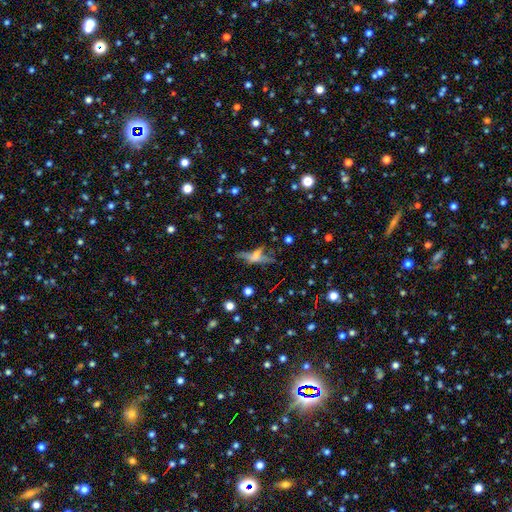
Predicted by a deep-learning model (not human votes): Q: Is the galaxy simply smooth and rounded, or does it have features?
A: featured or disk — 50%.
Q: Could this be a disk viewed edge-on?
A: yes — 66%.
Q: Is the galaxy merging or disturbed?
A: none — 48%.